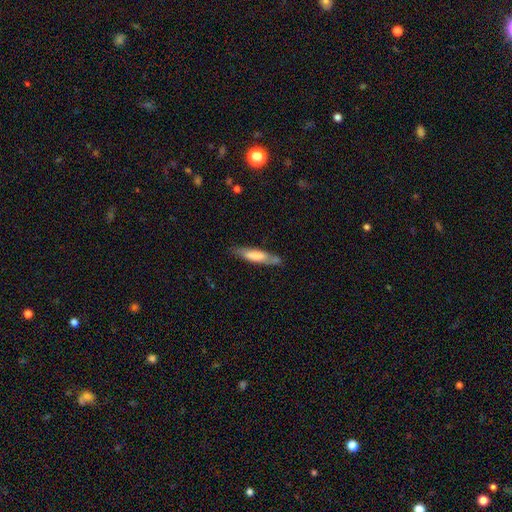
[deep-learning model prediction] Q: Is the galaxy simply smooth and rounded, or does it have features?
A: smooth — 63%.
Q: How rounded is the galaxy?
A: cigar-shaped — 78%.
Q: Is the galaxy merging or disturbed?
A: none — 75%.